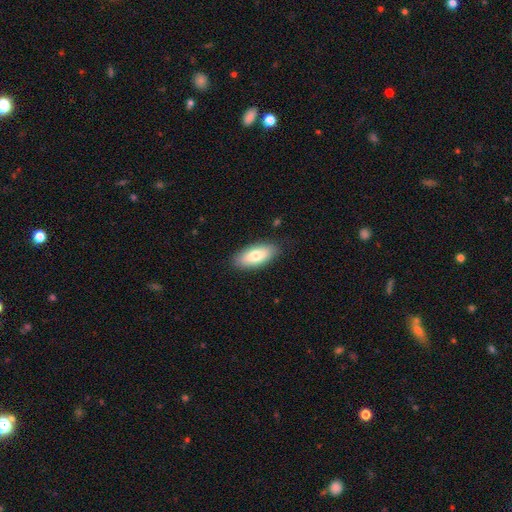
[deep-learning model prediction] smooth_or_featured: smooth (p=0.77) [alt: featured or disk p=0.17]
how_rounded: in between (p=0.85) [alt: cigar-shaped p=0.13]
merging: none (p=0.87) [alt: minor disturbance p=0.10]